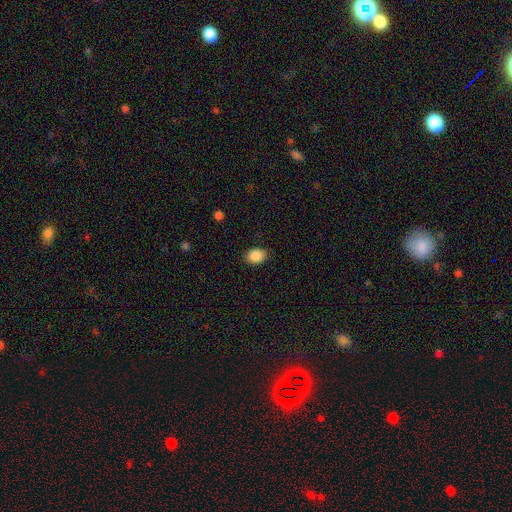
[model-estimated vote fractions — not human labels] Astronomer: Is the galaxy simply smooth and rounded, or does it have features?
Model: smooth — 87%.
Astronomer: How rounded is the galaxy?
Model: in between — 72%.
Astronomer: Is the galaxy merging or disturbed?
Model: none — 84%.